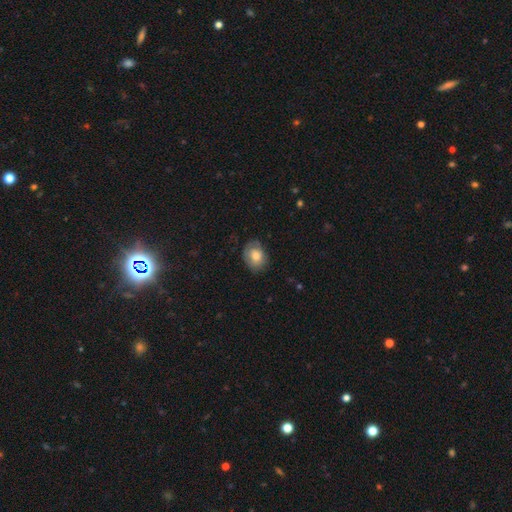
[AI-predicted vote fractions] Q: Smooth or featured?
A: smooth (70%); runner-up: featured or disk (22%)
Q: How rounded?
A: in between (58%); runner-up: round (41%)
Q: Merging?
A: none (70%); runner-up: minor disturbance (22%)